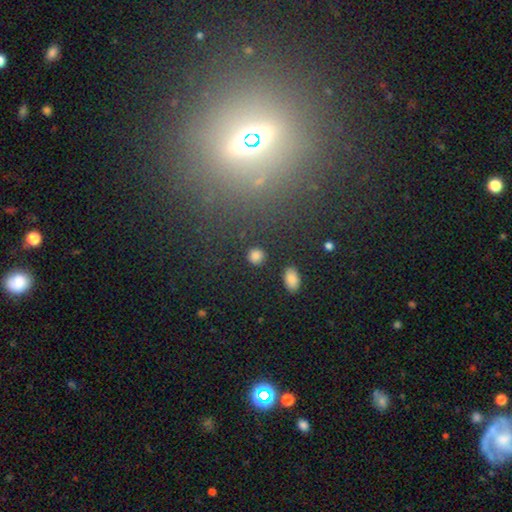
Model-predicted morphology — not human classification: smooth 83%, star or artifact 12%, featured or disk 5%. Down the decision tree: how rounded — round (87%); merging — none (89%).